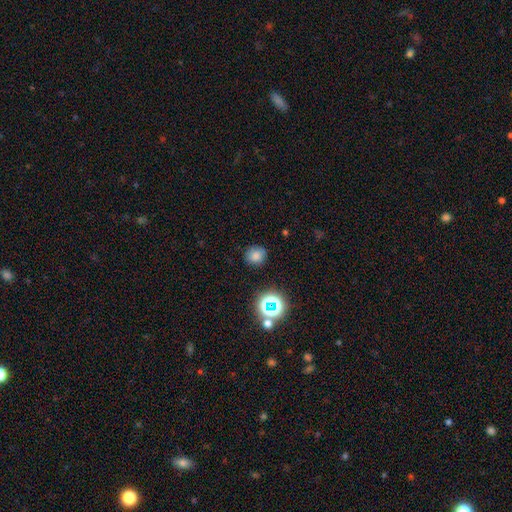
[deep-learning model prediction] This appears to be a smooth galaxy with no disk features (74%) that is round (84%). Merging: none (84%).